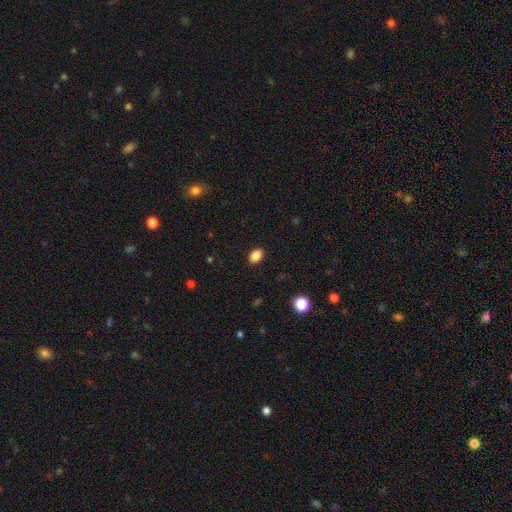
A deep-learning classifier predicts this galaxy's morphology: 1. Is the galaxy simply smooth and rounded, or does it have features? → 86% smooth, 10% star or artifact, 4% featured or disk.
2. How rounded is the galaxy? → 74% in between, 25% round, 1% cigar-shaped.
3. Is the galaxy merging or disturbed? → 89% none, 8% minor disturbance, 2% major disturbance, 1% merger.